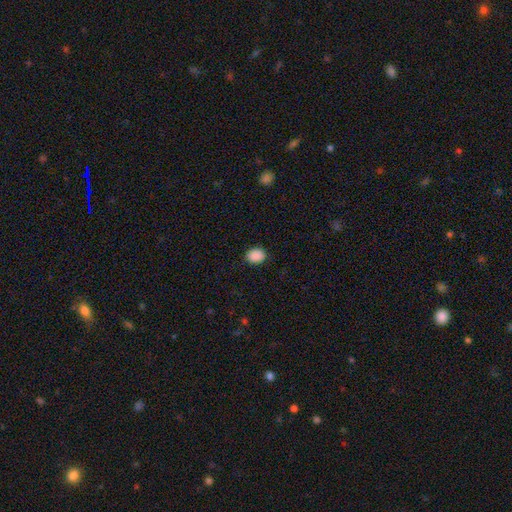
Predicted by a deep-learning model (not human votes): Smooth or featured?
  - smooth: 90% *
  - star or artifact: 8%
  - featured or disk: 2%
How rounded?
  - in between: 53% *
  - round: 46%
  - cigar-shaped: 1%
Merging?
  - none: 89% *
  - minor disturbance: 8%
  - major disturbance: 2%
  - merger: 1%